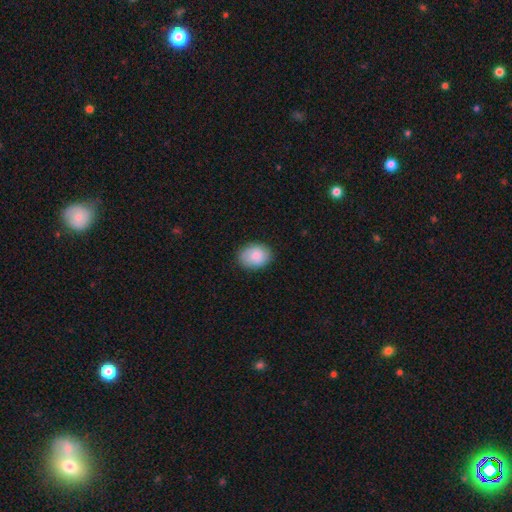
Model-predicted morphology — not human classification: This is clearly a smooth galaxy (84%). How rounded: likely in between (63%). Merging: clearly none (85%).